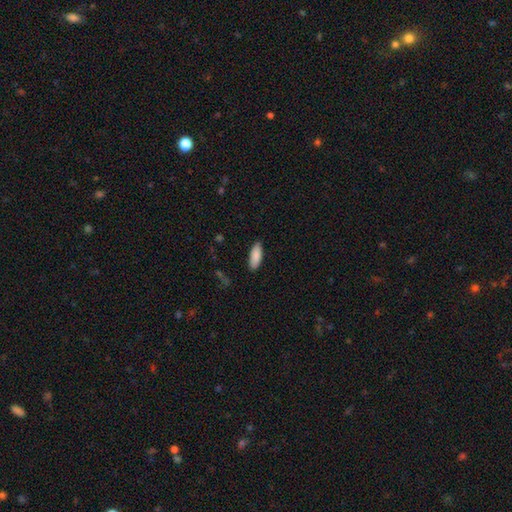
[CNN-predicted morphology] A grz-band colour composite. It shows a smooth galaxy with no disk features (89%) that is in between round and cigar-shaped (74%). Merging: none (87%).